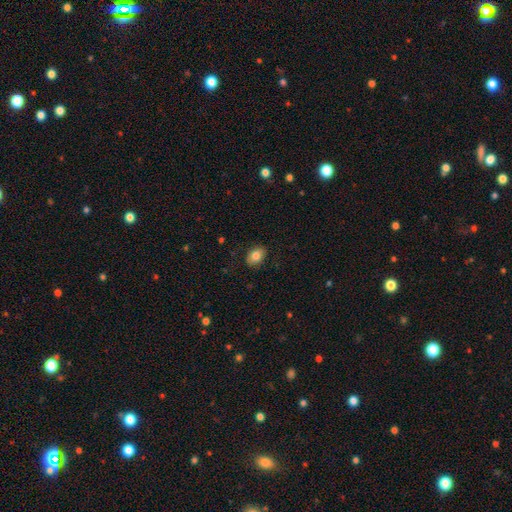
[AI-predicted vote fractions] The model was most divided on "how rounded": in between: 78%, round: 21%, cigar-shaped: 1%. More confident: merging — none (86%); smooth or featured — smooth (82%).